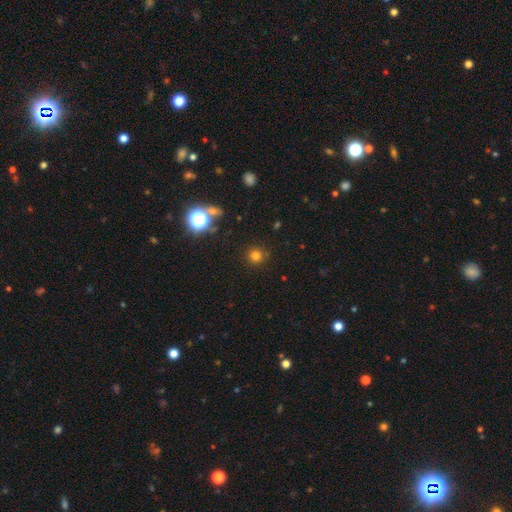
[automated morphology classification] Smooth or featured: smooth — 75% (star or artifact — 19%)
How rounded: round — 94% (in between — 5%)
Merging: none — 88% (minor disturbance — 7%)